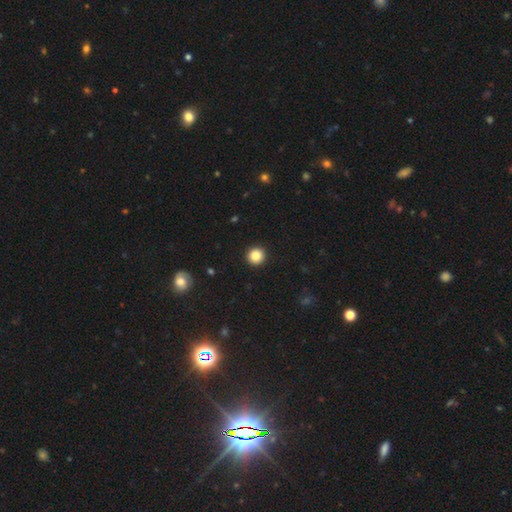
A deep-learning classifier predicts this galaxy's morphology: smooth 86%, star or artifact 10%, featured or disk 4%. Down the decision tree: how rounded — round (96%); merging — none (94%).